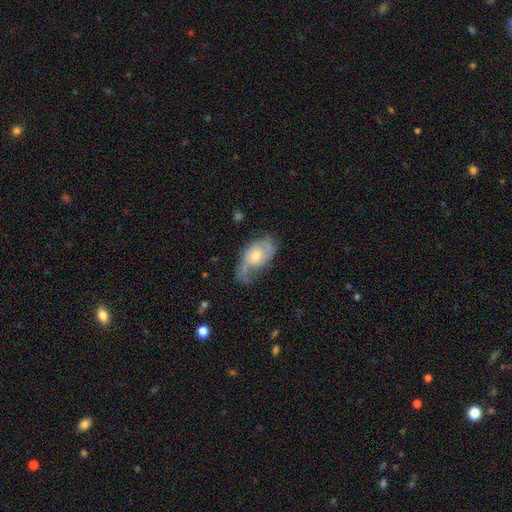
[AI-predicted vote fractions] Morphology: type=featured or disk (70%); edge-on=no (94%); bar=no (72%); spiral arms=yes (87%); winding=medium (42%); arm count=2 (61%); bulge=moderate (59%); merging=none (49%).